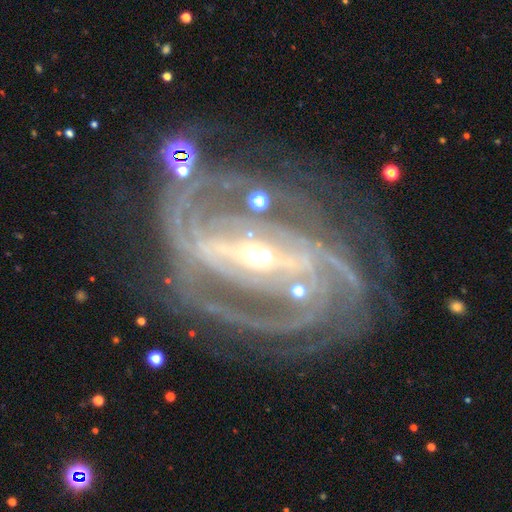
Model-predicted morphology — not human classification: type=featured or disk (91%); edge-on=no (95%); bar=strong (74%); spiral arms=yes (97%); winding=tight (55%); arm count=2 (25%); bulge=small (62%); merging=none (58%).